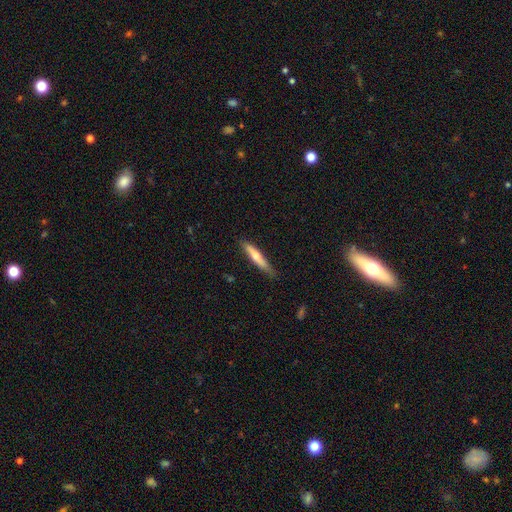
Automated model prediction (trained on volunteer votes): Overall: smooth (49%; featured or disk 45%). Merging: none (82%).